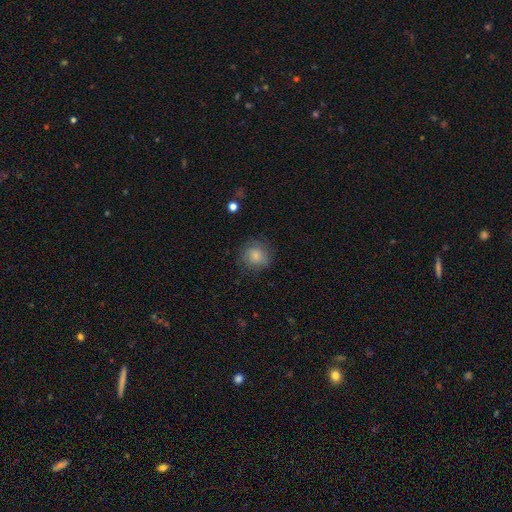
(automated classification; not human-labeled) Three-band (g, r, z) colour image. It shows a smooth galaxy with no disk features (79%) that is round (85%). Merging: none (75%).